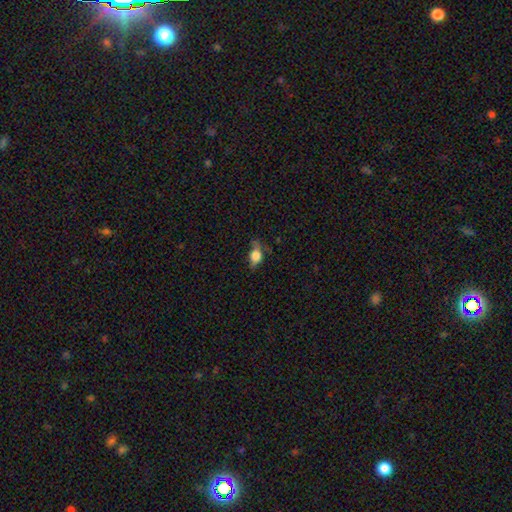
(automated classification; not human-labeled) Q: Smooth or featured?
A: smooth (72%); runner-up: featured or disk (18%)
Q: How rounded?
A: in between (71%); runner-up: round (23%)
Q: Merging?
A: none (47%); runner-up: minor disturbance (33%)